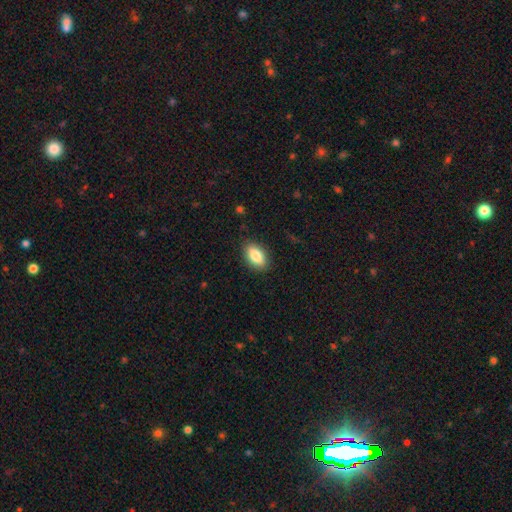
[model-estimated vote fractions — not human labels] Q: Smooth or featured?
A: smooth (85%); runner-up: featured or disk (8%)
Q: How rounded?
A: in between (91%); runner-up: round (6%)
Q: Merging?
A: none (87%); runner-up: minor disturbance (9%)